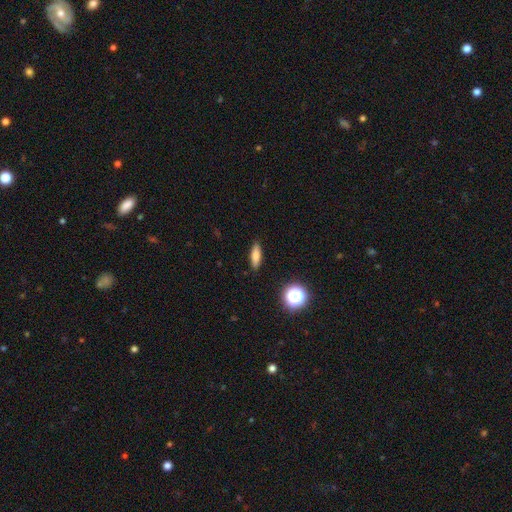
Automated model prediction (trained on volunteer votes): Smooth or featured? Predicted: smooth (p=0.76). How rounded? Predicted: cigar-shaped (p=0.48). Merging? Predicted: none (p=0.89).